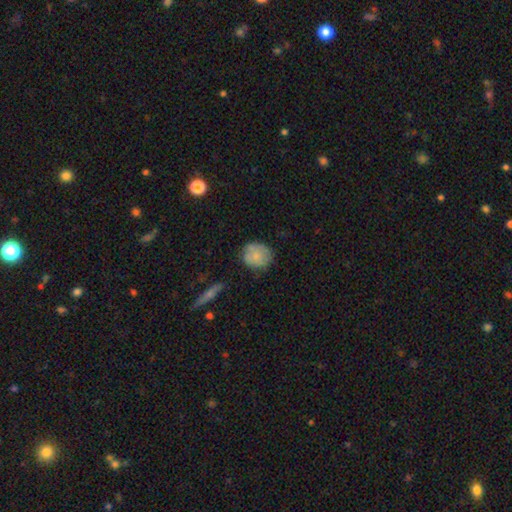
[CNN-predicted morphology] Q: Smooth or featured?
A: smooth (69%); runner-up: featured or disk (23%)
Q: How rounded?
A: round (78%); runner-up: in between (21%)
Q: Merging?
A: none (66%); runner-up: minor disturbance (24%)